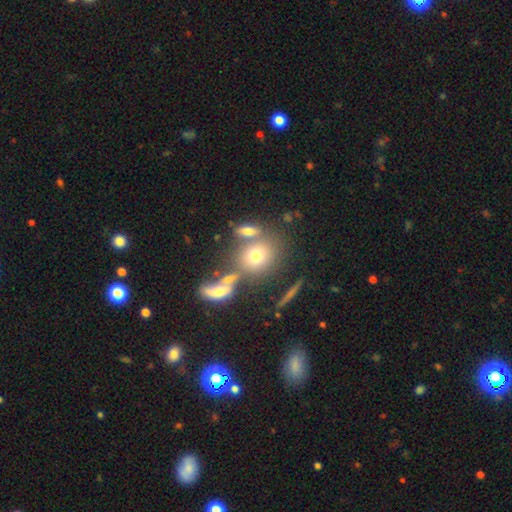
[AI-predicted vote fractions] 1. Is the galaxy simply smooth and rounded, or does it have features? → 67% smooth, 19% featured or disk, 14% star or artifact.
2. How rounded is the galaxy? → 67% round, 31% in between, 3% cigar-shaped.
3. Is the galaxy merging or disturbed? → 52% none, 30% merger, 12% minor disturbance, 7% major disturbance.